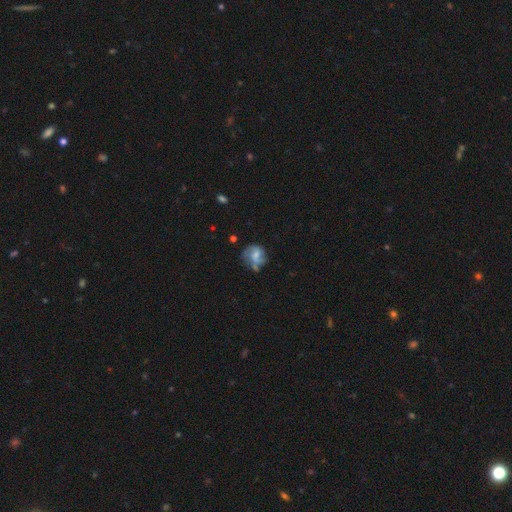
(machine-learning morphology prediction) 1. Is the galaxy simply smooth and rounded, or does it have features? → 53% featured or disk, 38% smooth, 10% star or artifact.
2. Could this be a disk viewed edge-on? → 97% no, 3% yes.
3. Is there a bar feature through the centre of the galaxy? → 57% no, 36% weak, 7% strong.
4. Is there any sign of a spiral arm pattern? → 70% yes, 30% no.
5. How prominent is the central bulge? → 43% moderate, 32% small, 16% none, 8% large, 1% dominant.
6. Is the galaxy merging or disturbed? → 48% none, 26% minor disturbance, 19% major disturbance, 8% merger.